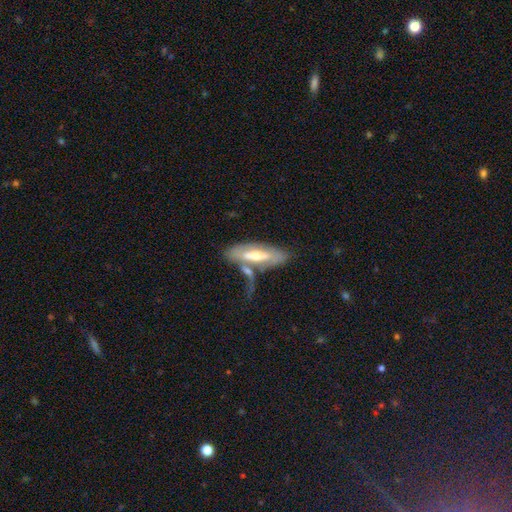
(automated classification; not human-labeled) This appears to be a featured or disk galaxy (59%). Merging: none (42%).